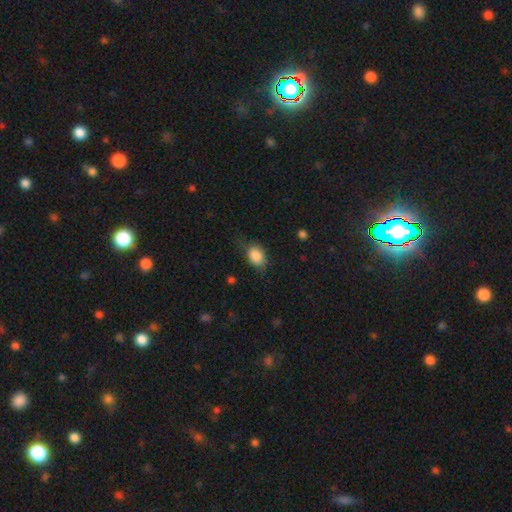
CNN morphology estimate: This appears to be a smooth galaxy with no disk features (84%) that is in between round and cigar-shaped (70%). Merging: none (58%).